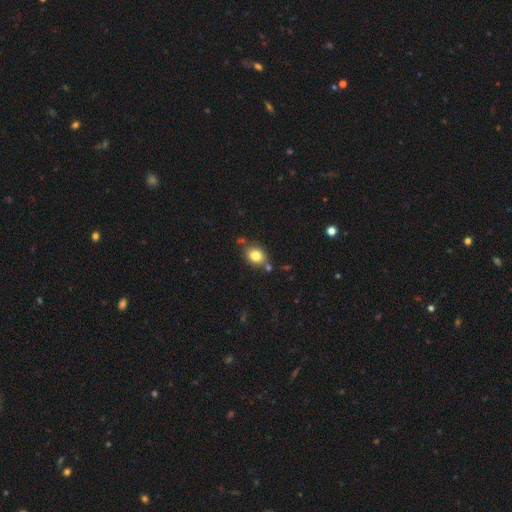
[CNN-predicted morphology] Smooth or featured?
  - smooth: 80% *
  - star or artifact: 10%
  - featured or disk: 9%
How rounded?
  - round: 54% *
  - in between: 45%
  - cigar-shaped: 1%
Merging?
  - none: 71% *
  - minor disturbance: 14%
  - merger: 11%
  - major disturbance: 4%